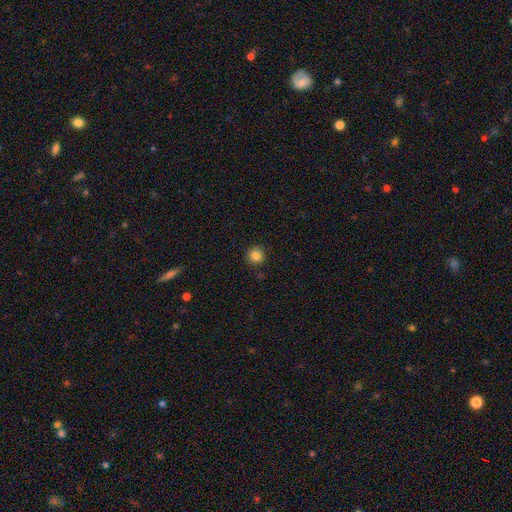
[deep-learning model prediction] smooth_or_featured: smooth (p=0.85) [alt: star or artifact p=0.11]
how_rounded: round (p=0.94) [alt: in between p=0.06]
merging: none (p=0.89) [alt: minor disturbance p=0.07]